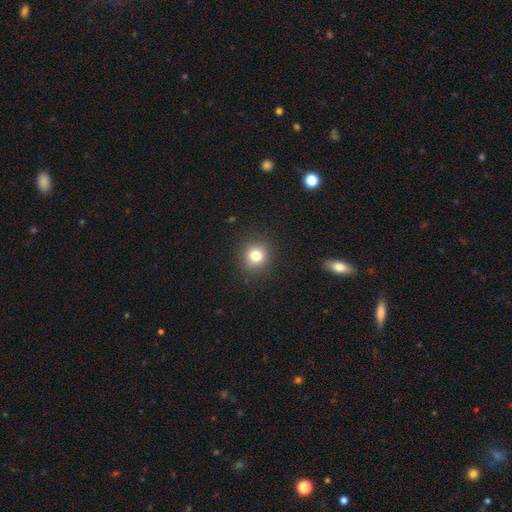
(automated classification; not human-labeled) Q: Smooth or featured?
A: smooth (80%); runner-up: star or artifact (12%)
Q: How rounded?
A: round (90%); runner-up: in between (9%)
Q: Merging?
A: none (91%); runner-up: minor disturbance (6%)